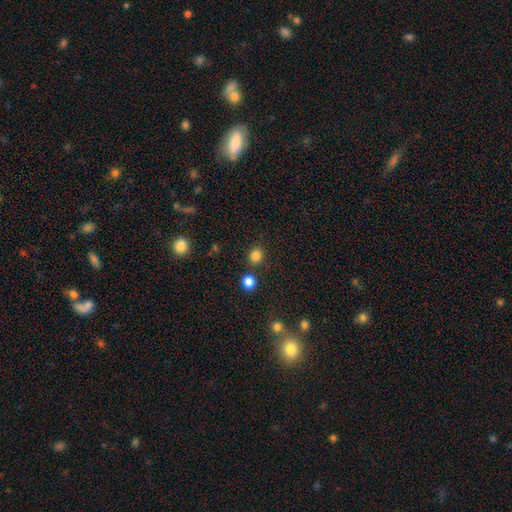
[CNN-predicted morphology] Smooth or featured?
  - smooth: 83% *
  - star or artifact: 13%
  - featured or disk: 4%
How rounded?
  - round: 80% *
  - in between: 19%
  - cigar-shaped: 1%
Merging?
  - none: 81% *
  - merger: 8%
  - minor disturbance: 8%
  - major disturbance: 3%